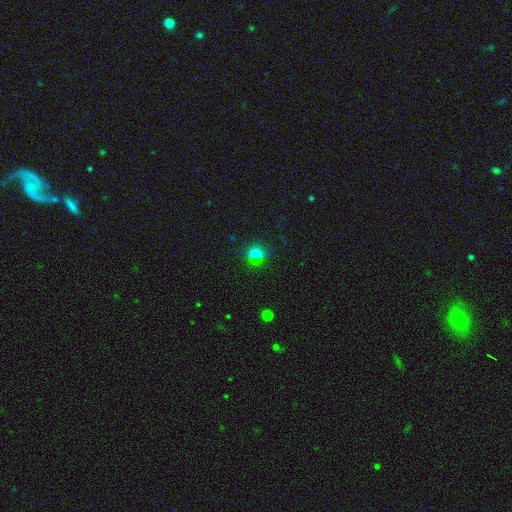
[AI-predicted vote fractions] Smooth or featured? Predicted: smooth (p=0.76). How rounded? Predicted: round (p=0.78). Merging? Predicted: none (p=0.79).